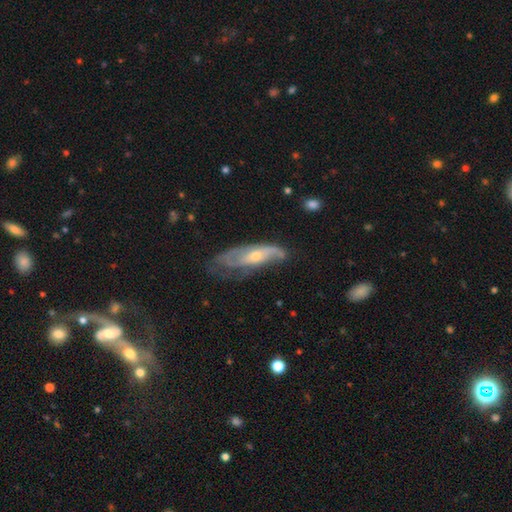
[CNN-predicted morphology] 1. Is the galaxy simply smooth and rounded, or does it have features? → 71% featured or disk, 23% smooth, 6% star or artifact.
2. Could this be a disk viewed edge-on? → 78% no, 22% yes.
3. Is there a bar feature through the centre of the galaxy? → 64% no, 28% weak, 9% strong.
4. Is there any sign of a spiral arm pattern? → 81% yes, 19% no.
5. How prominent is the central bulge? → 51% small, 45% moderate, 2% large, 2% none, 1% dominant.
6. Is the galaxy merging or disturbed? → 45% none, 30% minor disturbance, 22% major disturbance, 3% merger.